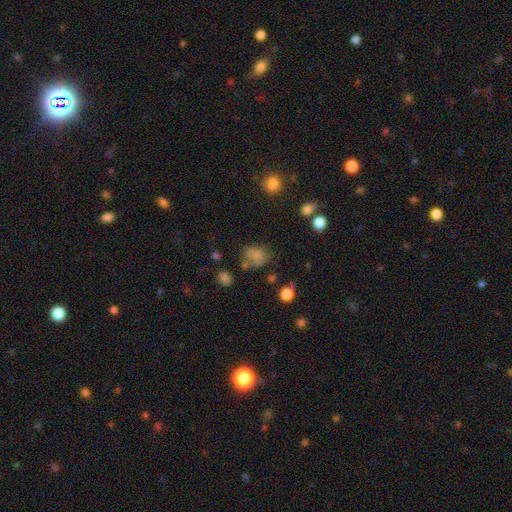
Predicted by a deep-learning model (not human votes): The model was most divided on "how rounded": in between: 58%, round: 41%, cigar-shaped: 1%. More confident: smooth or featured — smooth (74%); merging — none (51%).